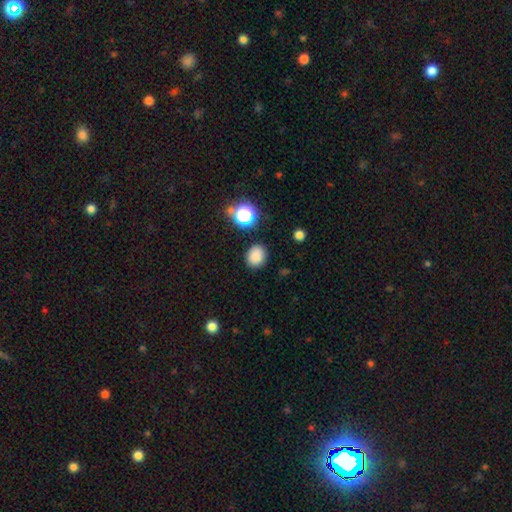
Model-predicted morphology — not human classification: Smooth or featured?
  - smooth: 83% *
  - star or artifact: 13%
  - featured or disk: 4%
How rounded?
  - round: 59% *
  - in between: 40%
  - cigar-shaped: 1%
Merging?
  - none: 85% *
  - minor disturbance: 10%
  - major disturbance: 3%
  - merger: 2%